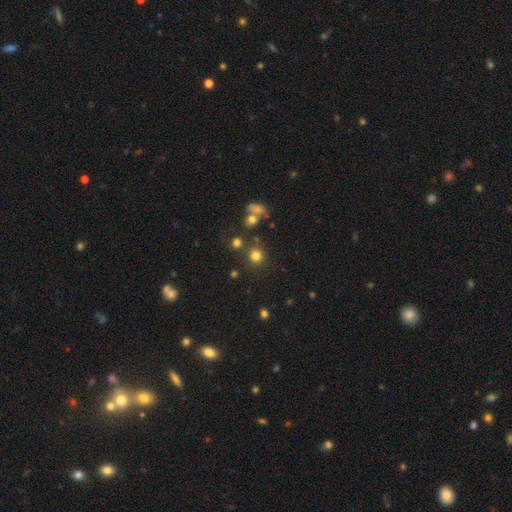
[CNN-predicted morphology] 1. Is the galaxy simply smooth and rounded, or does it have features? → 77% smooth, 17% star or artifact, 7% featured or disk.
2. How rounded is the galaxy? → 90% round, 9% in between, 1% cigar-shaped.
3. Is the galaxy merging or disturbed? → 77% none, 10% merger, 9% minor disturbance, 4% major disturbance.